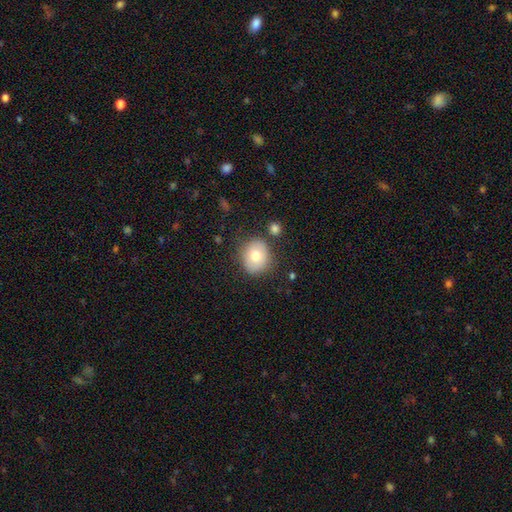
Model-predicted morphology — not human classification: This is likely a smooth galaxy (73%). How rounded: likely round (72%). Merging: likely none (79%).